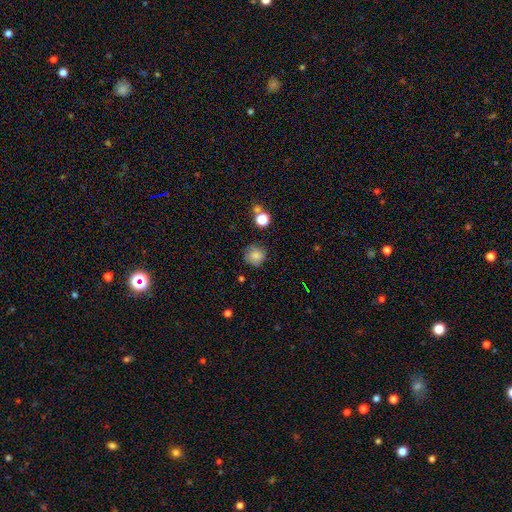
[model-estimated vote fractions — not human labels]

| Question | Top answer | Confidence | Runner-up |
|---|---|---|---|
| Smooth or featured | smooth | 83% | star or artifact (11%) |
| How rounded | round | 92% | in between (7%) |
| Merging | none | 78% | minor disturbance (14%) |